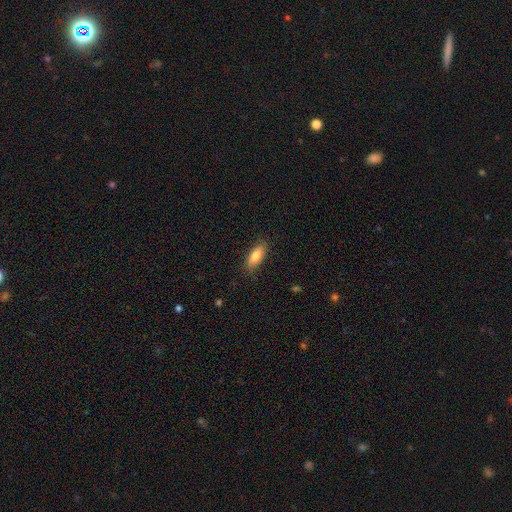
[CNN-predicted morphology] Smooth or featured: smooth — 82% (featured or disk — 11%)
How rounded: in between — 75% (cigar-shaped — 23%)
Merging: none — 84% (minor disturbance — 12%)